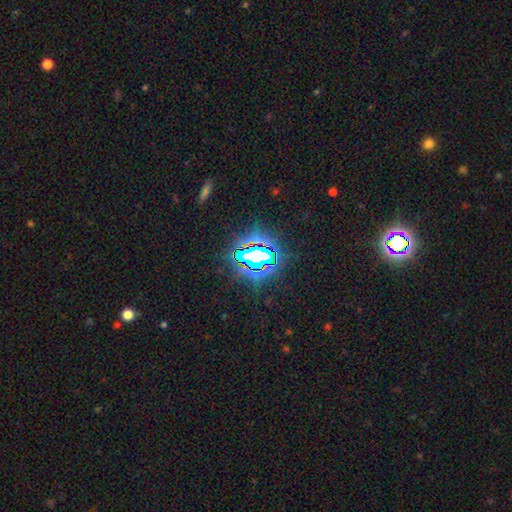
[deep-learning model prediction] smooth_or_featured: star or artifact (p=0.74) [alt: smooth p=0.15]